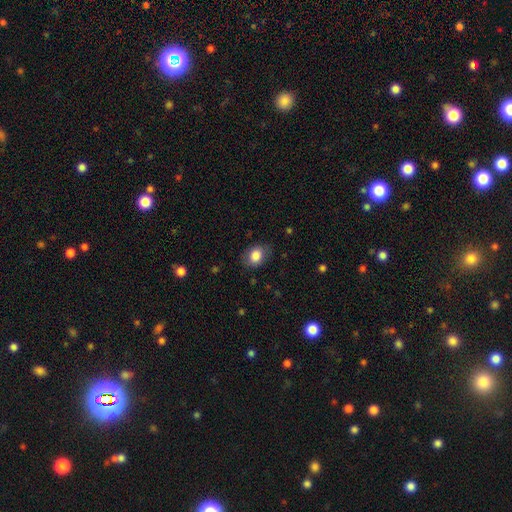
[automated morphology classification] This appears to be a smooth galaxy with no disk features (83%) that is in between round and cigar-shaped (65%). Merging: none (79%).